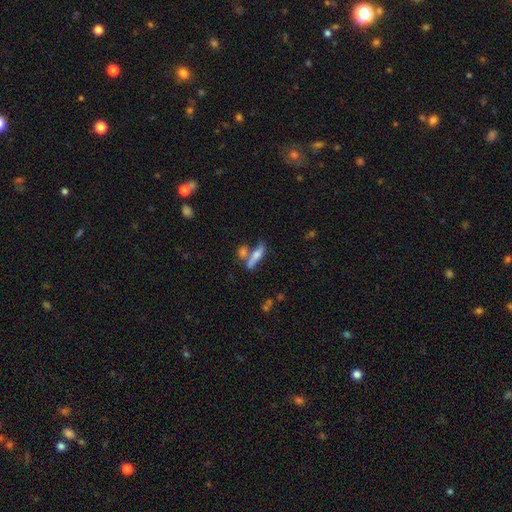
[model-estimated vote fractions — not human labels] Q: Smooth or featured?
A: smooth (54%); runner-up: featured or disk (37%)
Q: How rounded?
A: cigar-shaped (72%); runner-up: in between (24%)
Q: Merging?
A: none (53%); runner-up: merger (28%)